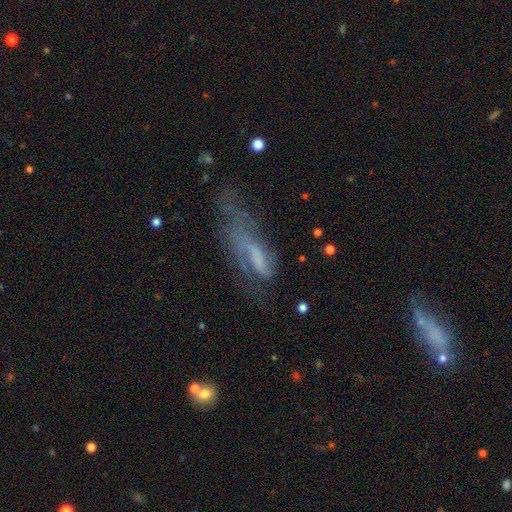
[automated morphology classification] Q: Smooth or featured?
A: featured or disk (55%); runner-up: smooth (33%)
Q: Edge-on disk?
A: no (83%); runner-up: yes (17%)
Q: Merging?
A: major disturbance (38%); runner-up: none (35%)